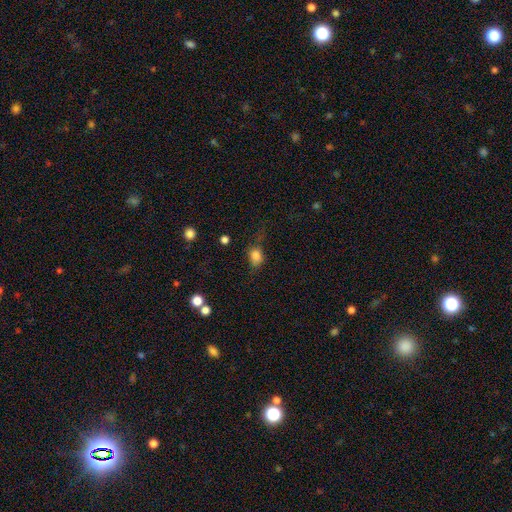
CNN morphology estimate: type=smooth (80%); roundness=in between (59%); merging=none (53%).